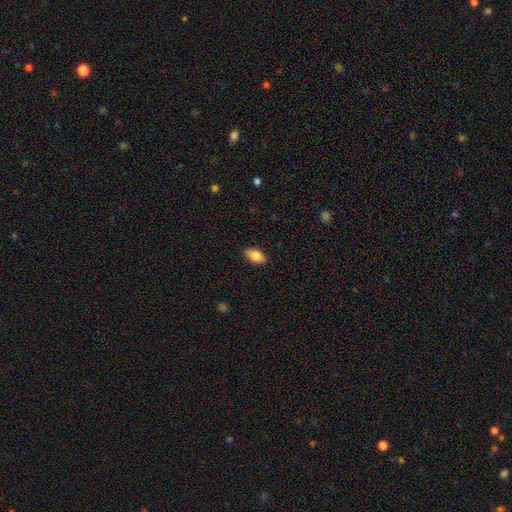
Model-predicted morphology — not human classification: The model was most divided on "merging": none: 85%, minor disturbance: 11%, major disturbance: 2%, merger: 1%. More confident: how rounded — in between (90%); smooth or featured — smooth (84%).